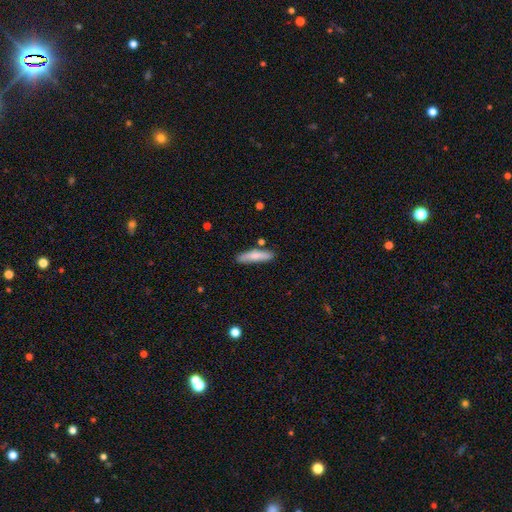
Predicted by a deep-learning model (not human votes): This is likely a smooth galaxy (78%). How rounded: likely cigar-shaped (74%). Merging: likely none (78%).